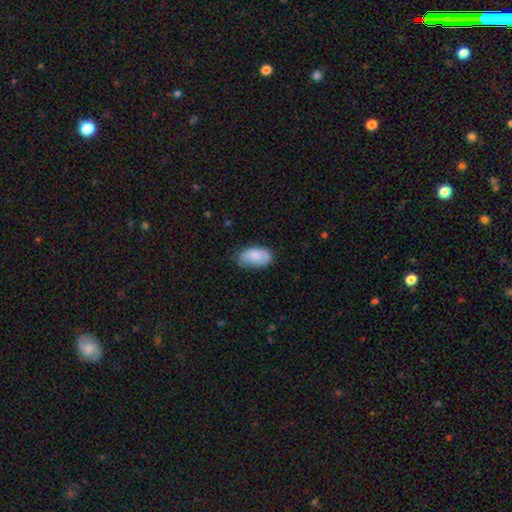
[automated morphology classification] Q: Smooth or featured?
A: smooth (77%); runner-up: featured or disk (16%)
Q: How rounded?
A: in between (94%); runner-up: round (5%)
Q: Merging?
A: none (63%); runner-up: minor disturbance (29%)